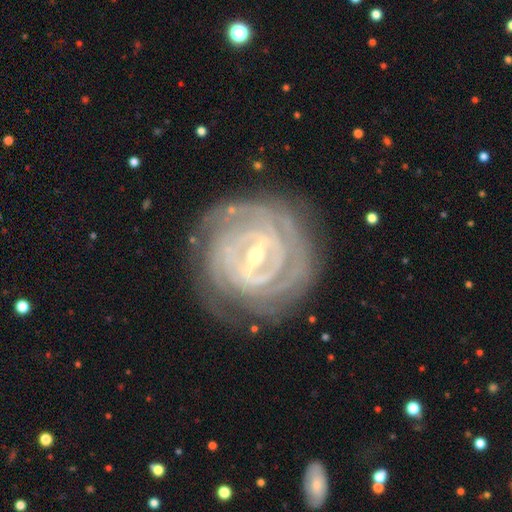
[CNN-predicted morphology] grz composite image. It shows a featured or disk galaxy (91%) with a strong bar (64%), tight (86%) spiral arms (95%) and a small central bulge (53%). Merging: none (81%).